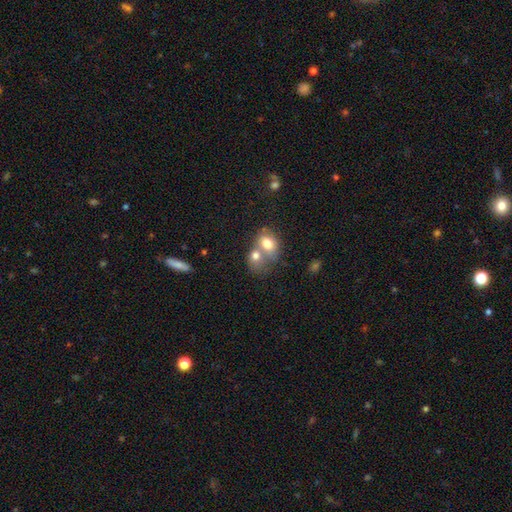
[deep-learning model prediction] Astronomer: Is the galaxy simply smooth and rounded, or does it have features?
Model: smooth — 73%.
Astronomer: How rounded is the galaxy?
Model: in between — 51% (runner-up: round, 48%).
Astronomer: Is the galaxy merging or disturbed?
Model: merger — 66%.